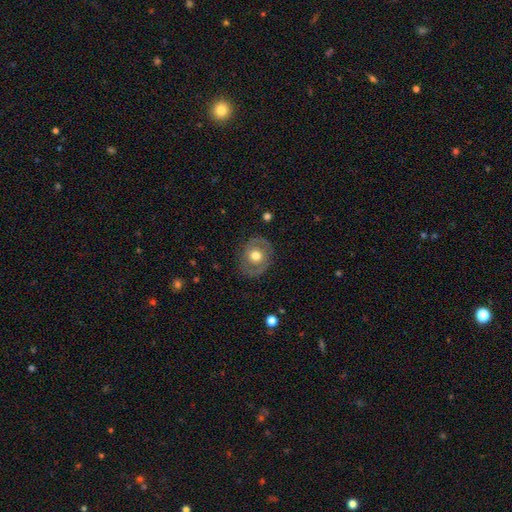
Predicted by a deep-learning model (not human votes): The model was most divided on "smooth or featured": smooth: 48%, featured or disk: 45%, star or artifact: 7%. More confident: merging — none (81%).